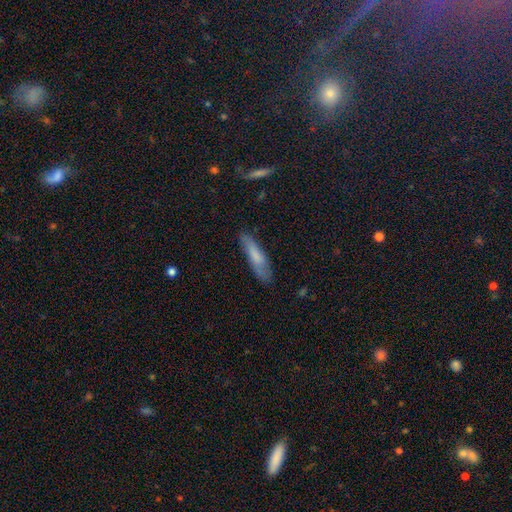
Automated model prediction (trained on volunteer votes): Smooth or featured: smooth — 70% (featured or disk — 24%)
How rounded: cigar-shaped — 76% (in between — 22%)
Merging: none — 77% (minor disturbance — 18%)